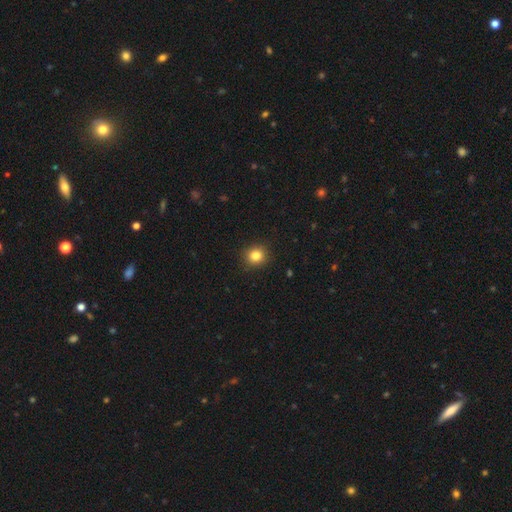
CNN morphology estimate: smooth-or-featured: smooth: 84% | star or artifact: 11% | featured or disk: 5%
  how-rounded: round: 87% | in between: 12% | cigar-shaped: 1%
  merging: none: 91% | minor disturbance: 6% | major disturbance: 2% | merger: 1%